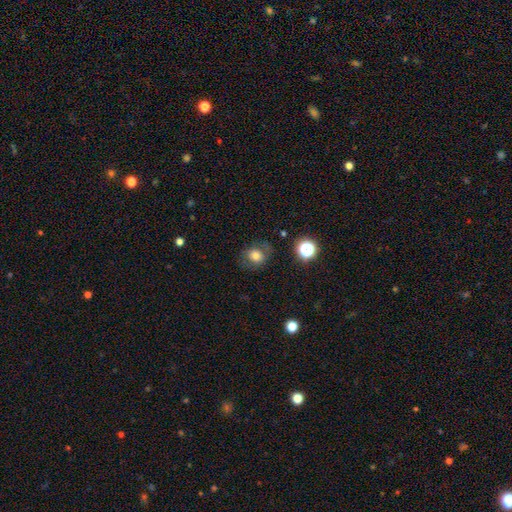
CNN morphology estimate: Smooth or featured? Predicted: smooth (p=0.70). How rounded? Predicted: round (p=0.73). Merging? Predicted: none (p=0.70).